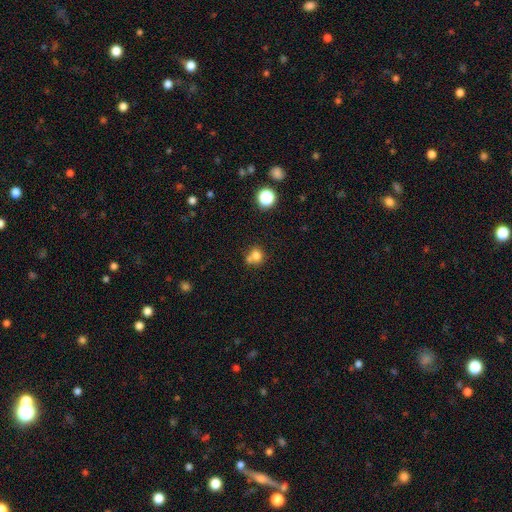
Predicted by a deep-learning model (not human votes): A smooth galaxy with no disk features (75%) that is round (72%). Merging: none (44%).